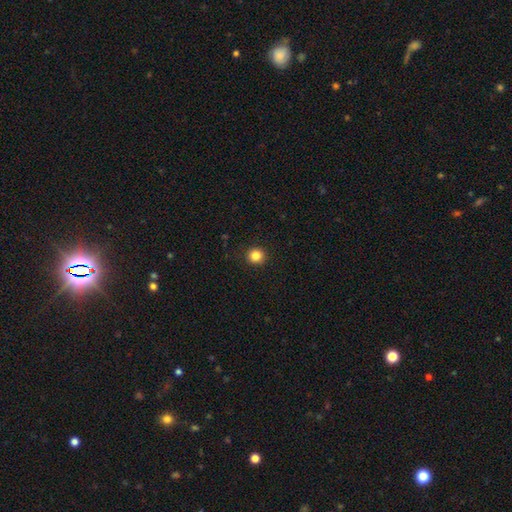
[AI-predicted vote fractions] Smooth or featured? Predicted: smooth (p=0.84). How rounded? Predicted: round (p=0.93). Merging? Predicted: none (p=0.92).